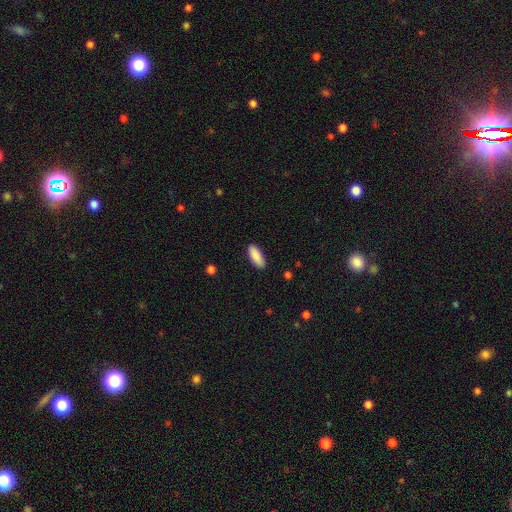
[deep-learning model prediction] Smooth or featured?
  - smooth: 89% *
  - star or artifact: 6%
  - featured or disk: 5%
How rounded?
  - in between: 75% *
  - cigar-shaped: 24%
  - round: 2%
Merging?
  - none: 88% *
  - minor disturbance: 9%
  - major disturbance: 2%
  - merger: 1%